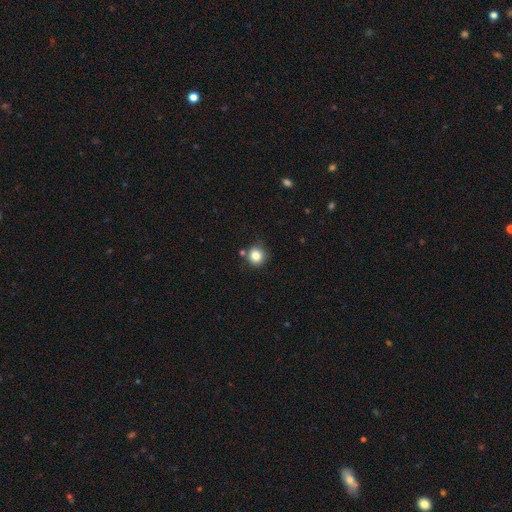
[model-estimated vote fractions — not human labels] Smooth or featured? Predicted: smooth (p=0.83). How rounded? Predicted: round (p=0.91). Merging? Predicted: none (p=0.78).